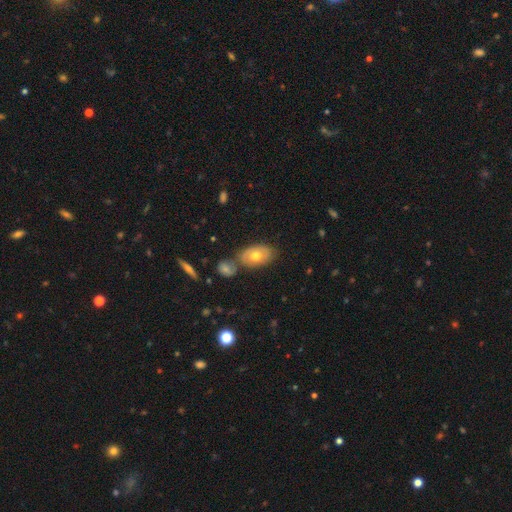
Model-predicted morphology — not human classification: The model was most divided on "smooth or featured": smooth: 63%, featured or disk: 30%, star or artifact: 8%. More confident: how rounded — in between (89%); merging — none (63%).